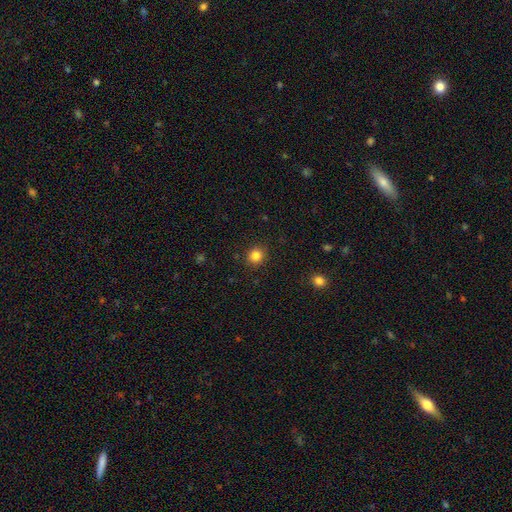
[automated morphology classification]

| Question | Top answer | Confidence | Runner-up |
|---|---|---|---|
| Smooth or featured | smooth | 84% | star or artifact (12%) |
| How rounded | round | 87% | in between (12%) |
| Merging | none | 89% | minor disturbance (7%) |